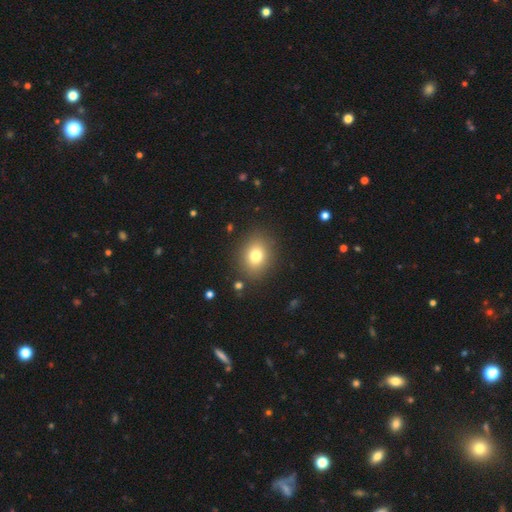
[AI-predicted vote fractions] Smooth or featured?
  - smooth: 78% *
  - star or artifact: 12%
  - featured or disk: 10%
How rounded?
  - round: 51% *
  - in between: 48%
  - cigar-shaped: 1%
Merging?
  - none: 87% *
  - minor disturbance: 8%
  - major disturbance: 3%
  - merger: 2%